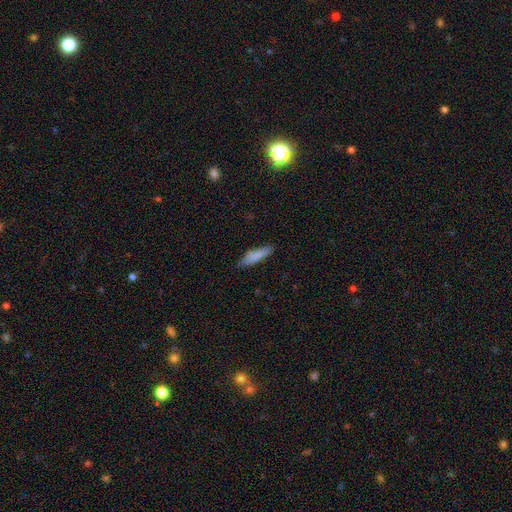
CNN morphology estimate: The model was most divided on "how rounded": cigar-shaped: 69%, in between: 30%, round: 2%. More confident: smooth or featured — smooth (83%); merging — none (76%).